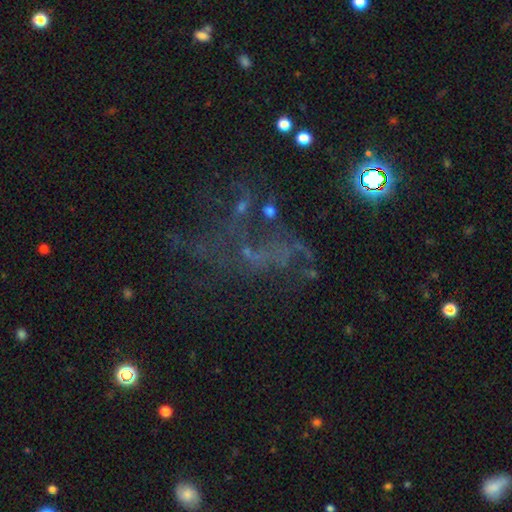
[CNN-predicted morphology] Smooth or featured: featured or disk — 44% (star or artifact — 39%)
Merging: none — 39% (major disturbance — 38%)